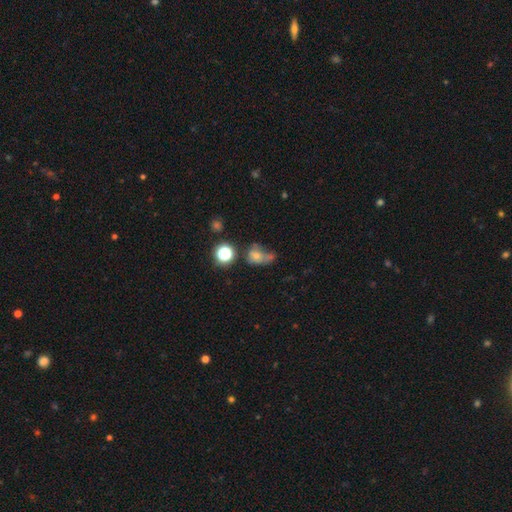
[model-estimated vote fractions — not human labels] Morphology: type=smooth (57%); roundness=round (51%); merging=none (30%).